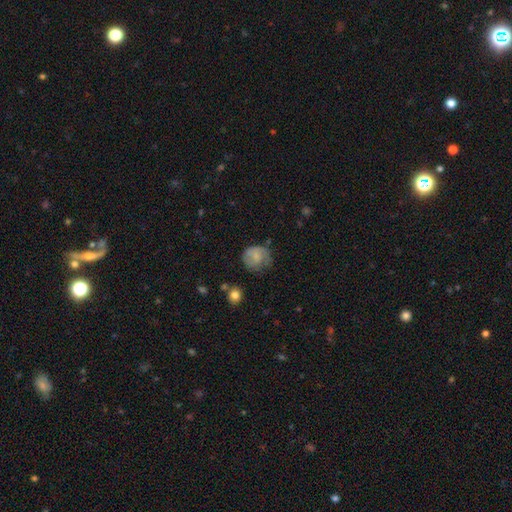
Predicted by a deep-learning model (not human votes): smooth-or-featured: smooth: 55% | featured or disk: 37% | star or artifact: 8%
  how-rounded: round: 76% | in between: 23% | cigar-shaped: 1%
  merging: none: 51% | minor disturbance: 30% | major disturbance: 17% | merger: 2%